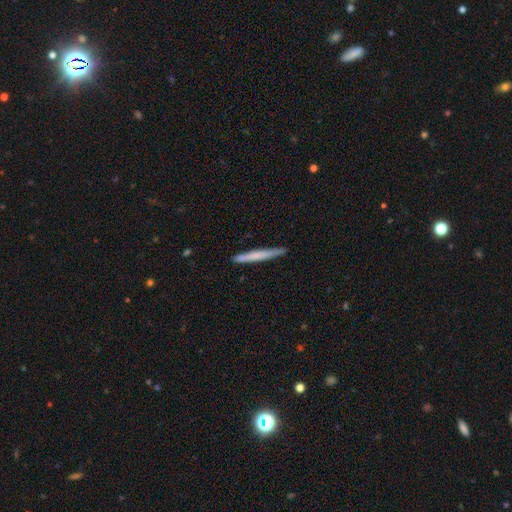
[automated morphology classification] Smooth or featured? Predicted: smooth (p=0.60). How rounded? Predicted: cigar-shaped (p=0.97). Merging? Predicted: none (p=0.88).